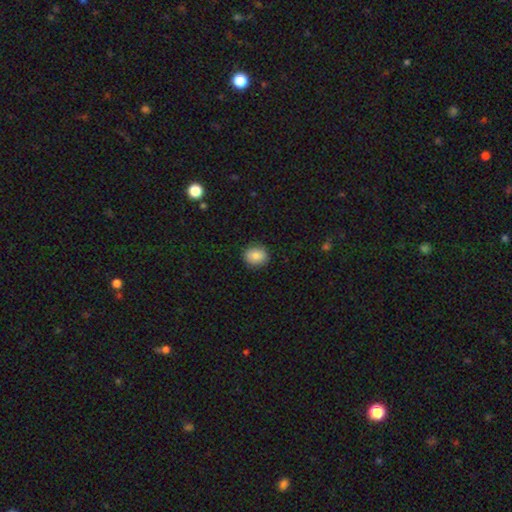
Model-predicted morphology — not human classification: smooth 85%, star or artifact 8%, featured or disk 6%. Down the decision tree: how rounded — round (69%); merging — none (88%).